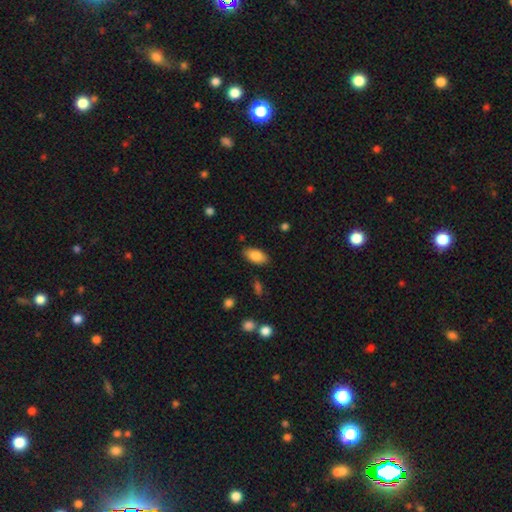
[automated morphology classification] Q: Smooth or featured?
A: smooth (83%); runner-up: featured or disk (10%)
Q: How rounded?
A: in between (93%); runner-up: cigar-shaped (4%)
Q: Merging?
A: none (84%); runner-up: minor disturbance (11%)